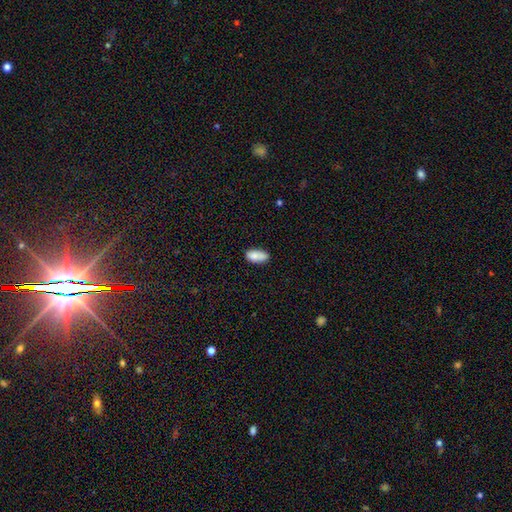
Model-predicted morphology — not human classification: Q: Smooth or featured?
A: smooth (82%); runner-up: featured or disk (10%)
Q: How rounded?
A: in between (91%); runner-up: cigar-shaped (5%)
Q: Merging?
A: none (61%); runner-up: minor disturbance (24%)